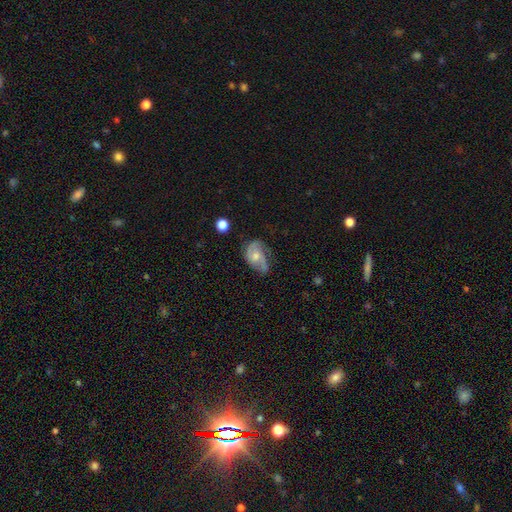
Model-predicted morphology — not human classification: smooth_or_featured: featured or disk (p=0.63) [alt: smooth p=0.29]
disk_edge_on: no (p=0.97) [alt: yes p=0.03]
bar: no (p=0.69) [alt: weak p=0.27]
has_spiral_arms: yes (p=0.85) [alt: no p=0.15]
spiral_winding: medium (p=0.45) [alt: loose p=0.29]
spiral_arm_count: 2 (p=0.62) [alt: can't tell p=0.16]
bulge_size: moderate (p=0.51) [alt: small p=0.39]
merging: none (p=0.43) [alt: minor disturbance p=0.32]